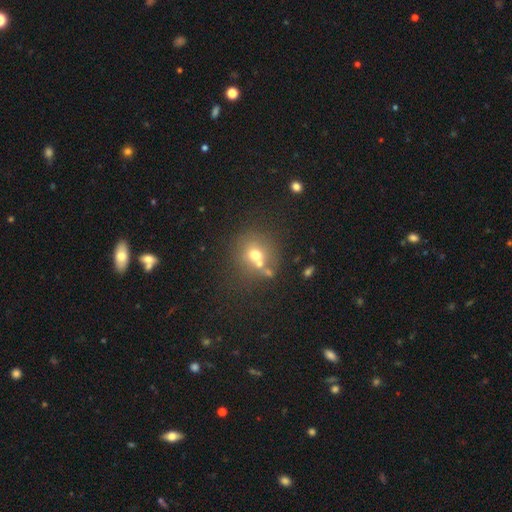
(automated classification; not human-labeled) Morphology: type=smooth (64%); roundness=round (81%); merging=none (53%).